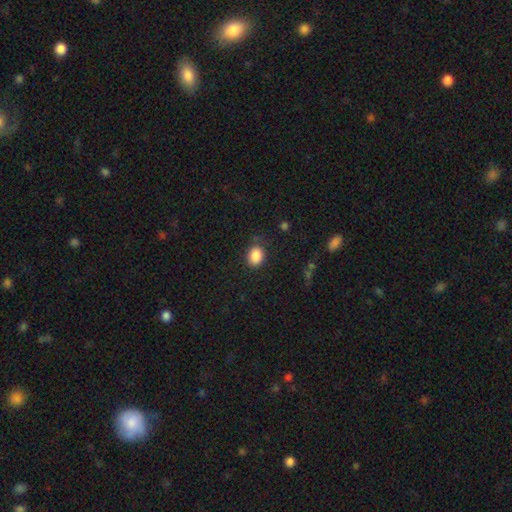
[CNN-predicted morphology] smooth 87%, star or artifact 9%, featured or disk 4%. Down the decision tree: how rounded — in between (55%); merging — none (79%).